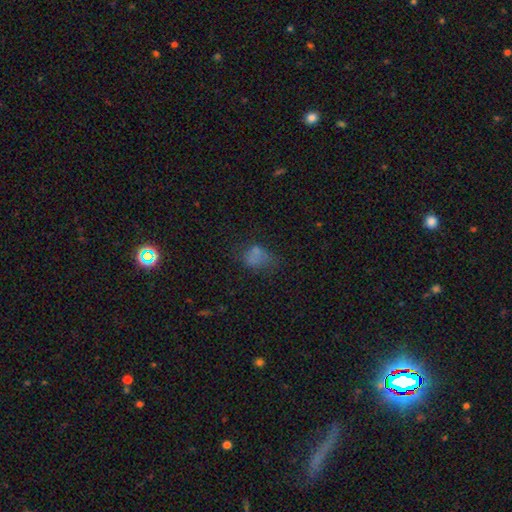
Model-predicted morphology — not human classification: Q: Smooth or featured?
A: smooth (63%); runner-up: star or artifact (19%)
Q: How rounded?
A: in between (69%); runner-up: round (30%)
Q: Merging?
A: none (37%); runner-up: major disturbance (24%)